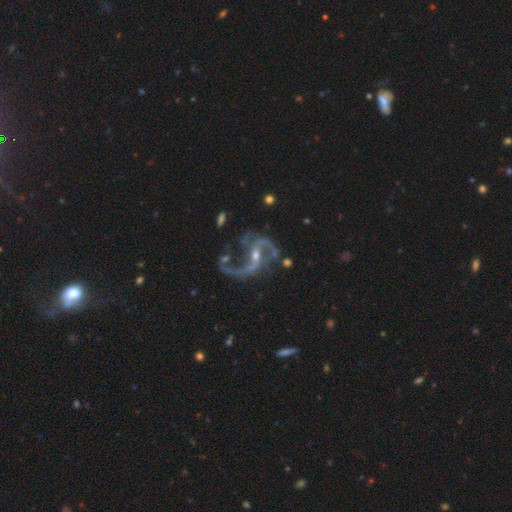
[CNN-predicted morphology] A featured or disk galaxy (92%) with a weak bar (38%), 2 (85%) loose (62%) spiral arms (98%) and a small central bulge (62%).

Vote fractions:
- Smooth or featured? featured or disk: 92% / star or artifact: 6% / smooth: 2%
- Edge-on disk? no: 98% / yes: 2%
- Bar? weak: 38% / no: 32% / strong: 30%
- Spiral arms? yes: 98% / no: 2%
- Spiral winding? loose: 62% / medium: 31% / tight: 7%
- Spiral arm count? 2: 85% / 3: 5% / 1: 3% / can't tell: 3% / 4: 2% / more than 4: 2%
- Bulge size? small: 62% / moderate: 33% / none: 2% / large: 1% / dominant: 1%
- Merging? none: 55% / major disturbance: 20% / minor disturbance: 19% / merger: 6%